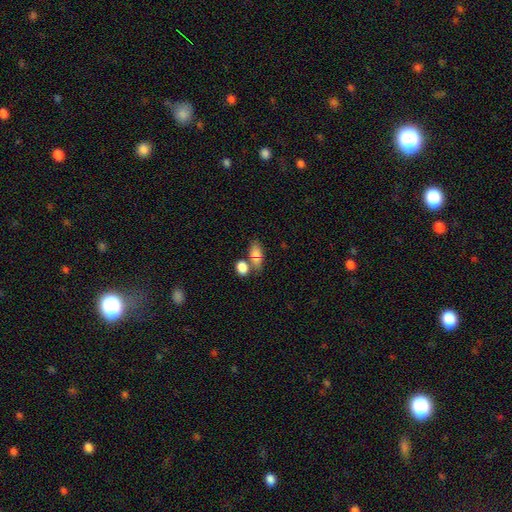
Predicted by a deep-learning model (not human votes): A smooth galaxy with no disk features (79%) that is in between round and cigar-shaped (80%). Merging: none (49%).